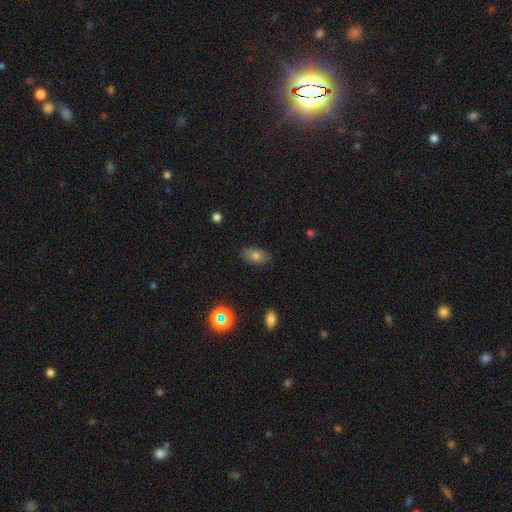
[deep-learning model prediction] smooth_or_featured: smooth (p=0.75) [alt: featured or disk p=0.14]
how_rounded: in between (p=0.90) [alt: round p=0.06]
merging: none (p=0.85) [alt: minor disturbance p=0.11]